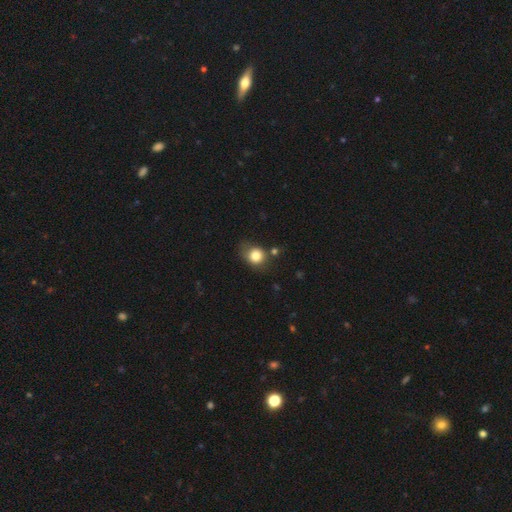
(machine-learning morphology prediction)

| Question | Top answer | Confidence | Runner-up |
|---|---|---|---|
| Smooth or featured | smooth | 80% | star or artifact (11%) |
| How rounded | round | 70% | in between (29%) |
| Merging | none | 60% | minor disturbance (24%) |